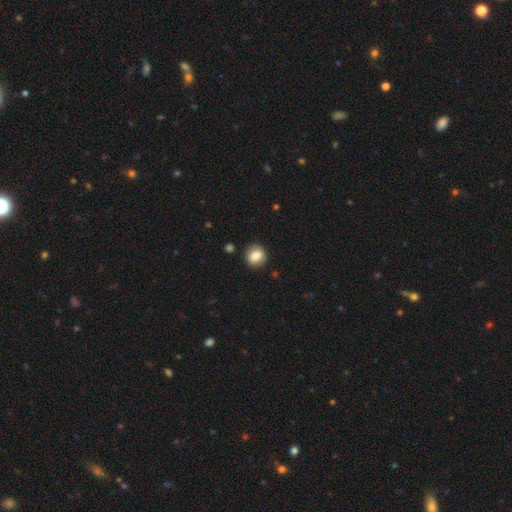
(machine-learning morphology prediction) type=smooth (83%); roundness=round (78%); merging=none (88%).